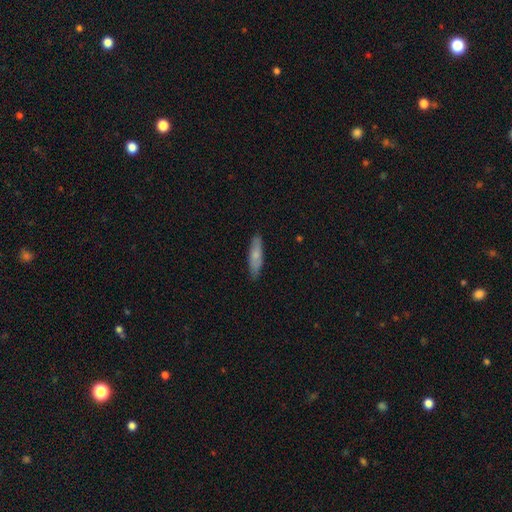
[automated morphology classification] Smooth or featured? smooth (71%)
How rounded? cigar-shaped (72%)
Merging? none (86%)